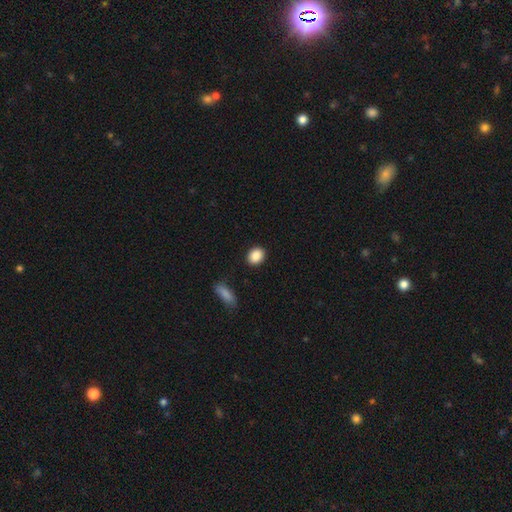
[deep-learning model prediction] smooth_or_featured: smooth (p=0.88) [alt: star or artifact p=0.08]
how_rounded: round (p=0.50) [alt: in between p=0.49]
merging: none (p=0.90) [alt: minor disturbance p=0.07]